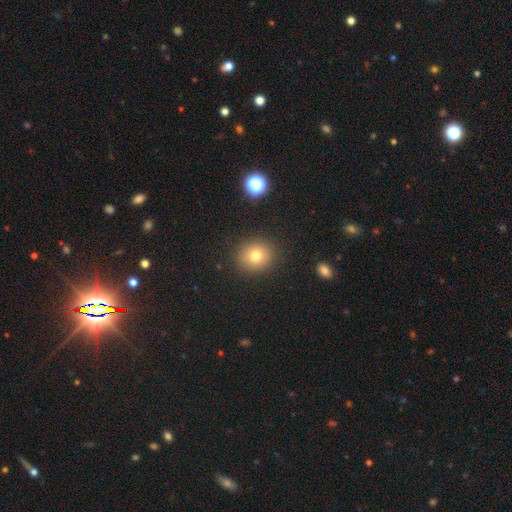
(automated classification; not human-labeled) smooth_or_featured: smooth (p=0.76) [alt: star or artifact p=0.14]
how_rounded: round (p=0.79) [alt: in between p=0.20]
merging: none (p=0.88) [alt: minor disturbance p=0.08]